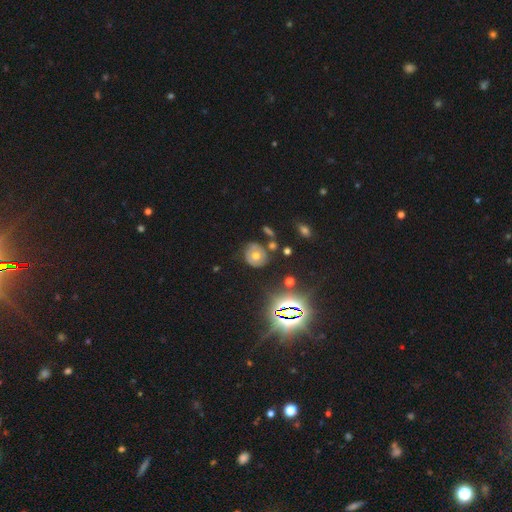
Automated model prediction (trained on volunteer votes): The model was most divided on "smooth or featured": smooth: 46%, featured or disk: 33%, star or artifact: 20%. More confident: merging — none (71%).